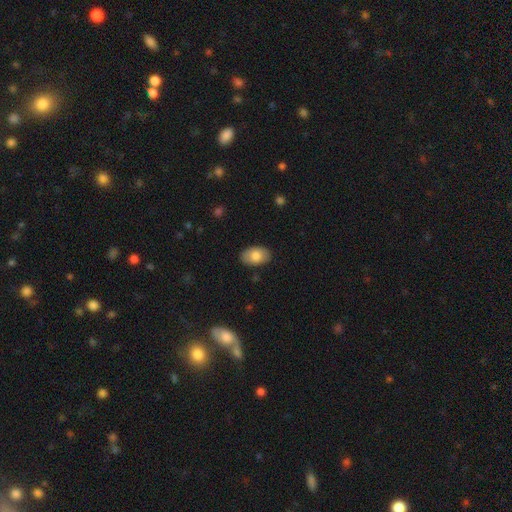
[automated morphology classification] type=smooth (81%); roundness=in between (91%); merging=none (86%).